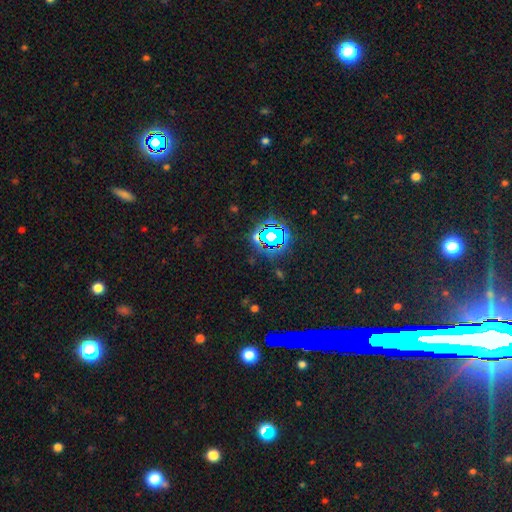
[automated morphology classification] Smooth or featured? Predicted: star or artifact (p=0.74).